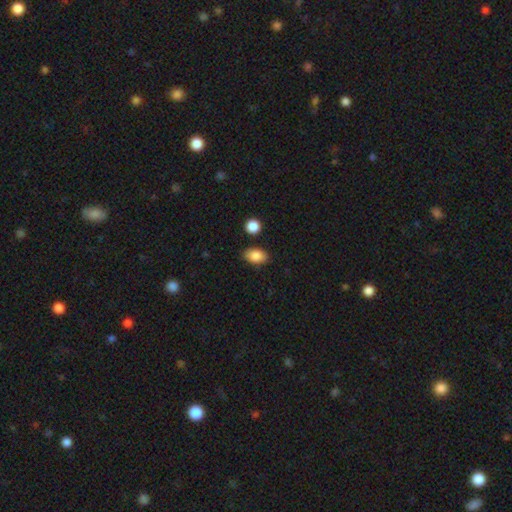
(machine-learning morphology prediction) smooth 86%, star or artifact 8%, featured or disk 6%. Down the decision tree: how rounded — in between (86%); merging — none (81%).